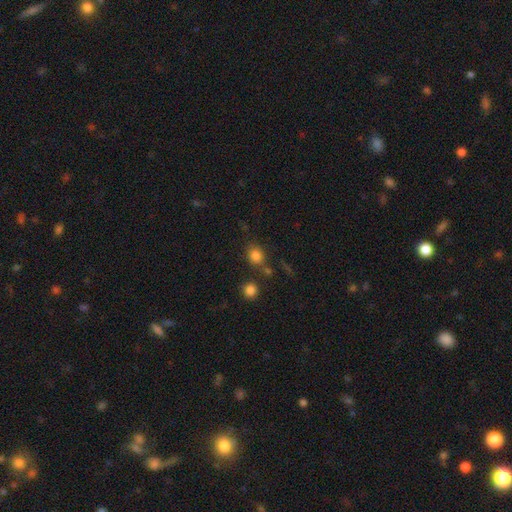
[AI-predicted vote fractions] The model was most divided on "how rounded": round: 67%, in between: 32%, cigar-shaped: 1%. More confident: smooth or featured — smooth (82%); merging — none (70%).